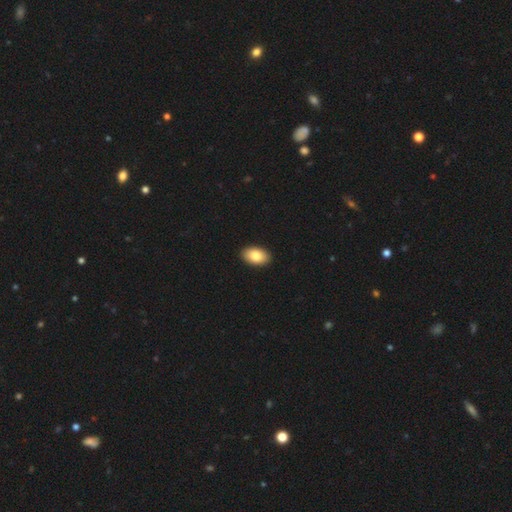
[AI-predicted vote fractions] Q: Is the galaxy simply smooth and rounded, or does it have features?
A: smooth — 86%.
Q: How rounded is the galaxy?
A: in between — 93%.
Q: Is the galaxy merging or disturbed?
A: none — 92%.